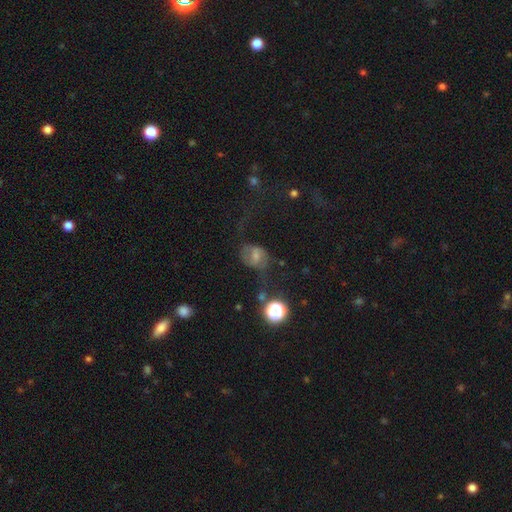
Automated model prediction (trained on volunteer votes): This appears to be a smooth galaxy with no disk features (42%). Merging: none (45%).